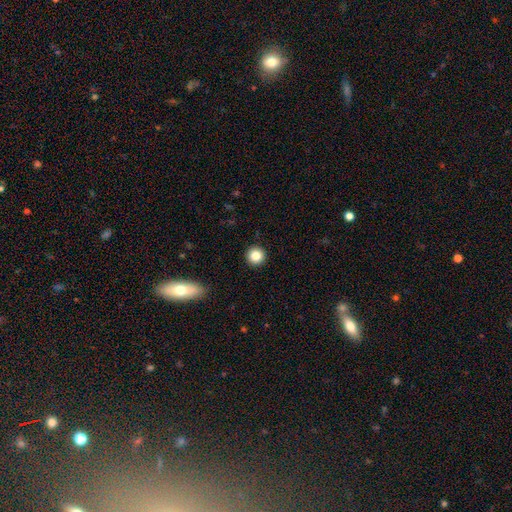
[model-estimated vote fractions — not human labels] Smooth or featured: smooth — 84% (star or artifact — 10%)
How rounded: round — 95% (in between — 4%)
Merging: none — 92% (minor disturbance — 5%)